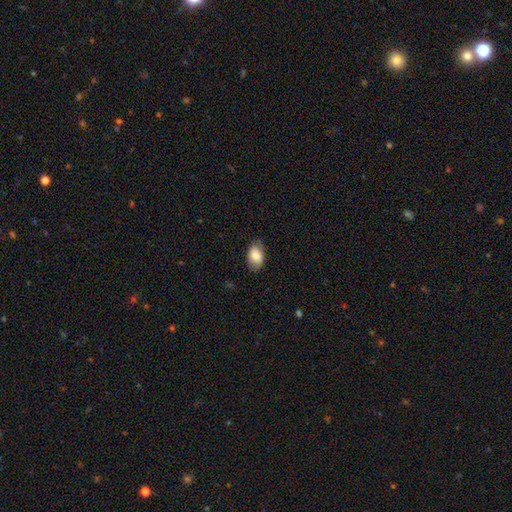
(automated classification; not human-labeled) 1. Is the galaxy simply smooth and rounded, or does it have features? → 83% smooth, 11% featured or disk, 7% star or artifact.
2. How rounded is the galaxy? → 91% in between, 8% round, 1% cigar-shaped.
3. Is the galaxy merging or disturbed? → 81% none, 14% minor disturbance, 3% major disturbance, 1% merger.